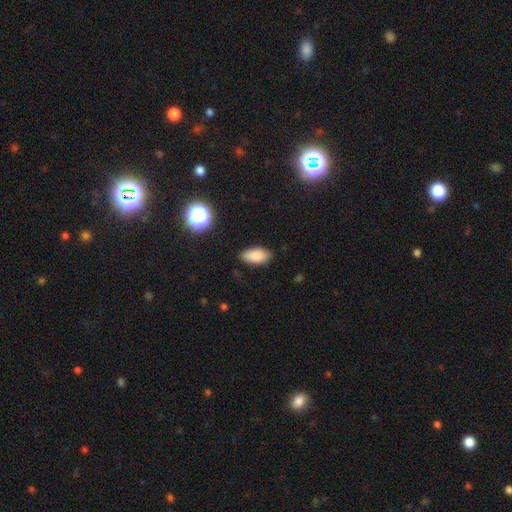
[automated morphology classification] This is clearly a smooth galaxy (86%). How rounded: clearly in between (90%). Merging: clearly none (83%).